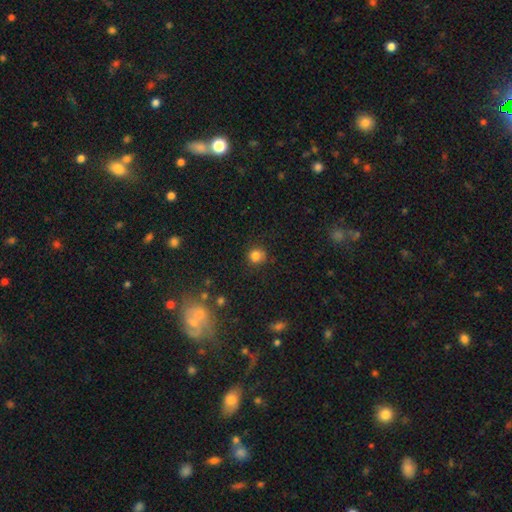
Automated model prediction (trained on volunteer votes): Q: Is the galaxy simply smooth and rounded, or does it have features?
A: smooth — 81%.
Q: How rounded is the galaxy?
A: round — 89%.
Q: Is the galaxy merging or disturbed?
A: none — 79%.